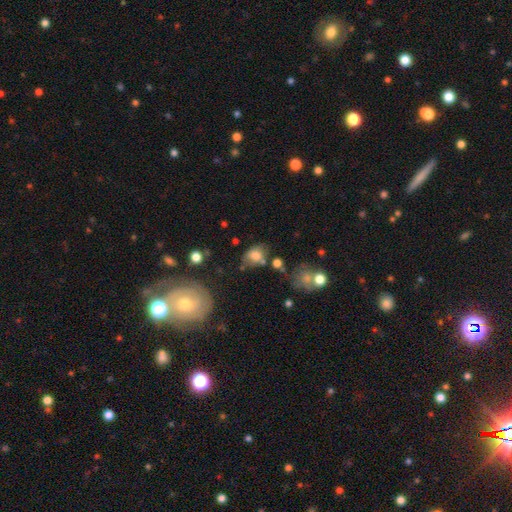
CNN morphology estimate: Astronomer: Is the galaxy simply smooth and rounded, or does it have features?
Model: smooth — 71%.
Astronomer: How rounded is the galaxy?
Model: in between — 67%.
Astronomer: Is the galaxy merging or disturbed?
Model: none — 48% (runner-up: minor disturbance, 26%).